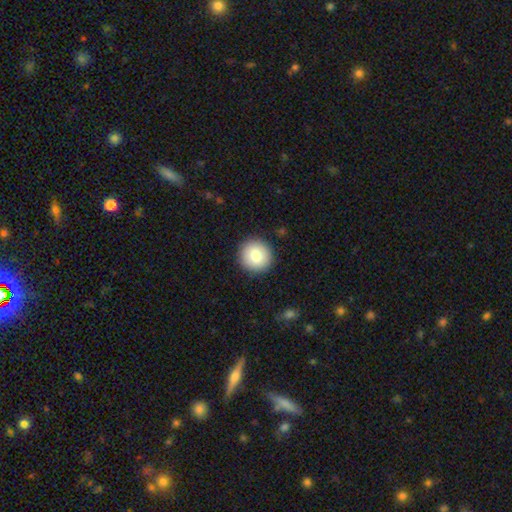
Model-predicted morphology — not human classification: A smooth galaxy with no disk features (80%) that is round (95%).

Vote fractions:
- Smooth or featured? smooth: 80% / featured or disk: 12% / star or artifact: 8%
- How rounded? round: 95% / in between: 4% / cigar-shaped: 1%
- Merging? none: 91% / minor disturbance: 6% / major disturbance: 2% / merger: 1%